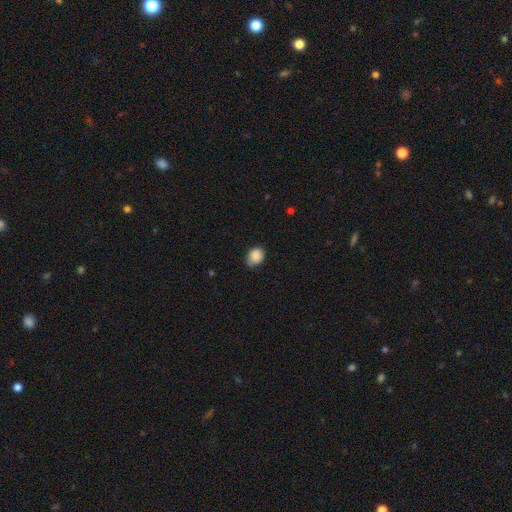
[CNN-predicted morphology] Q: Smooth or featured?
A: smooth (86%); runner-up: star or artifact (9%)
Q: How rounded?
A: round (57%); runner-up: in between (42%)
Q: Merging?
A: none (55%); runner-up: minor disturbance (37%)